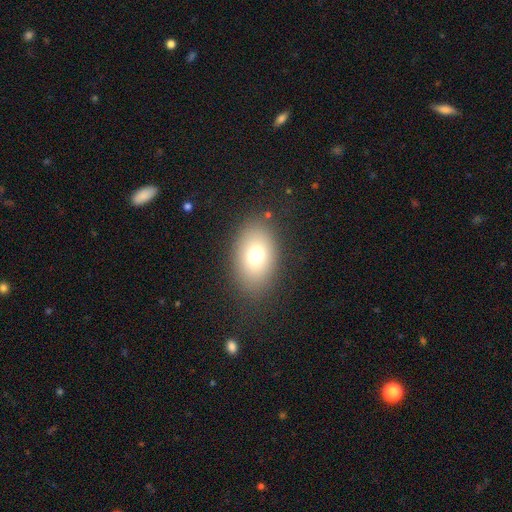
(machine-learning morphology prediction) A smooth galaxy with no disk features (73%) that is in between round and cigar-shaped (80%).

Vote fractions:
- Smooth or featured? smooth: 73% / featured or disk: 14% / star or artifact: 13%
- How rounded? in between: 80% / round: 19% / cigar-shaped: 1%
- Merging? none: 83% / minor disturbance: 10% / major disturbance: 5% / merger: 1%